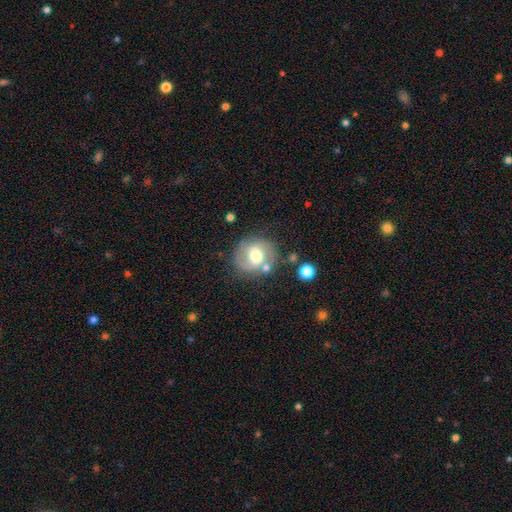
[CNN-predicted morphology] featured or disk 62%, smooth 30%, star or artifact 8%. Down the decision tree: edge-on disk — no (97%); bar — weak (47%); spiral arms — yes (80%); bulge size — moderate (62%); merging — none (69%).